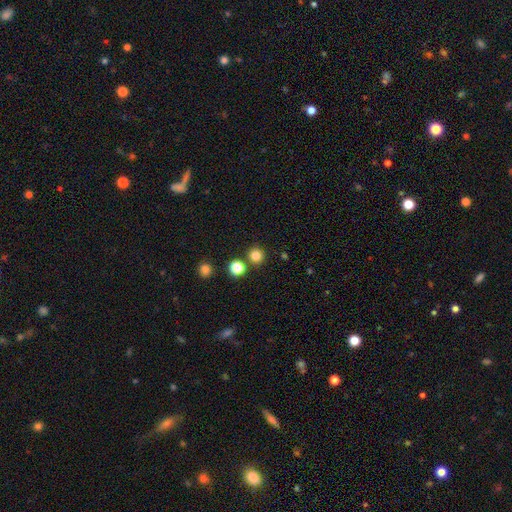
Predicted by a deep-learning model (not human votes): smooth-or-featured: smooth: 82% | star or artifact: 14% | featured or disk: 4%
  how-rounded: round: 94% | in between: 5% | cigar-shaped: 1%
  merging: none: 85% | merger: 7% | minor disturbance: 6% | major disturbance: 2%